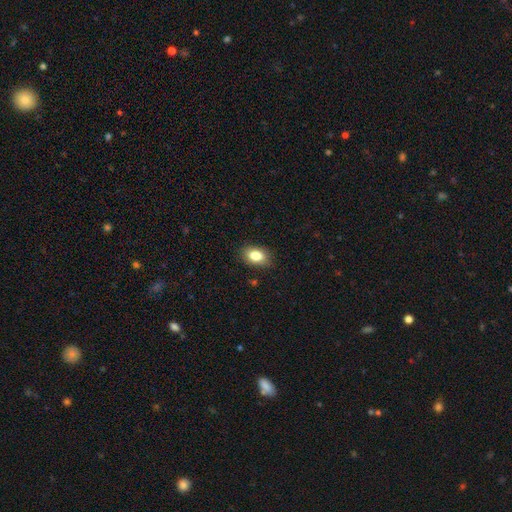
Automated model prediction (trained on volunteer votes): smooth_or_featured: smooth (p=0.83) [alt: star or artifact p=0.09]
how_rounded: in between (p=0.85) [alt: round p=0.14]
merging: none (p=0.86) [alt: minor disturbance p=0.11]